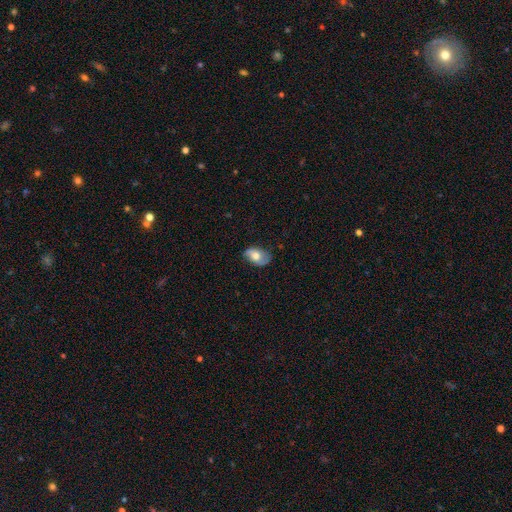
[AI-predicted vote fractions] A smooth galaxy with no disk features (48%).

Vote fractions:
- Smooth or featured? smooth: 48% / featured or disk: 45% / star or artifact: 8%
- Merging? none: 70% / minor disturbance: 22% / major disturbance: 6% / merger: 1%